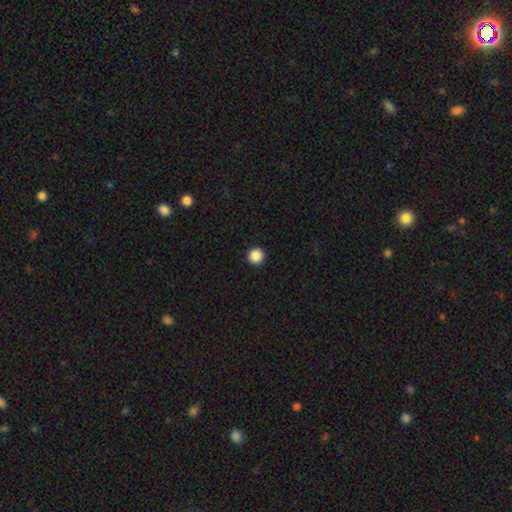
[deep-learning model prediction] Q: Smooth or featured?
A: smooth (88%); runner-up: star or artifact (10%)
Q: How rounded?
A: round (97%); runner-up: in between (2%)
Q: Merging?
A: none (94%); runner-up: minor disturbance (4%)